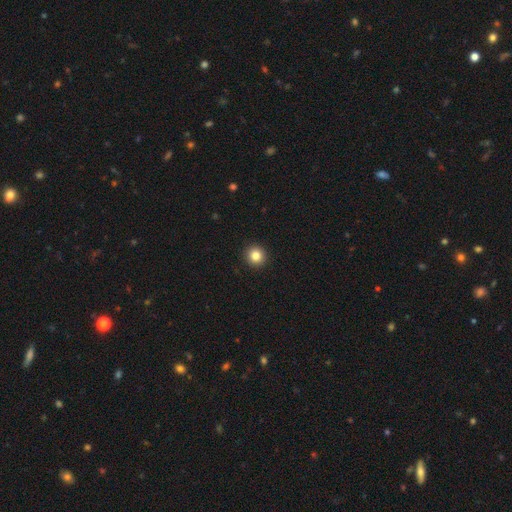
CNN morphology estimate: type=smooth (83%); roundness=round (93%); merging=none (93%).